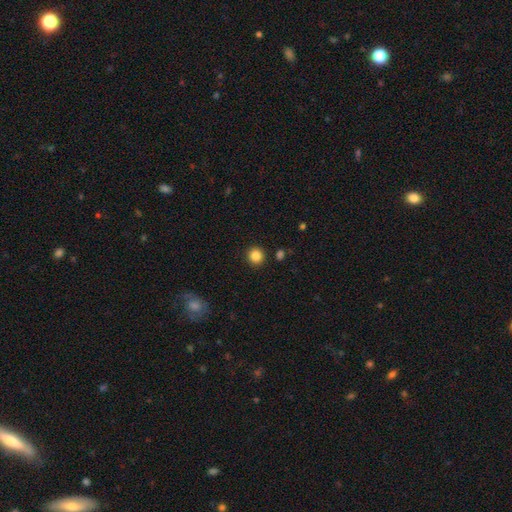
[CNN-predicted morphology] smooth-or-featured: smooth: 85% | star or artifact: 10% | featured or disk: 4%
  how-rounded: round: 93% | in between: 6% | cigar-shaped: 1%
  merging: none: 91% | minor disturbance: 5% | merger: 2% | major disturbance: 2%